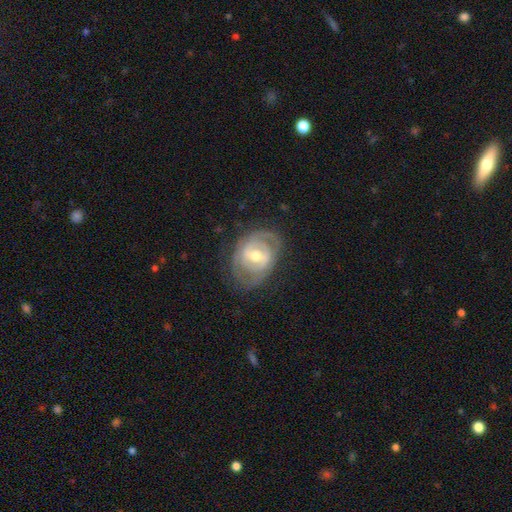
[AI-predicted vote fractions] This appears to be a featured or disk galaxy (82%) with a weak bar (45%), 2 (49%) tight (65%) spiral arms (82%) and a moderate central bulge (74%). Merging: none (70%).